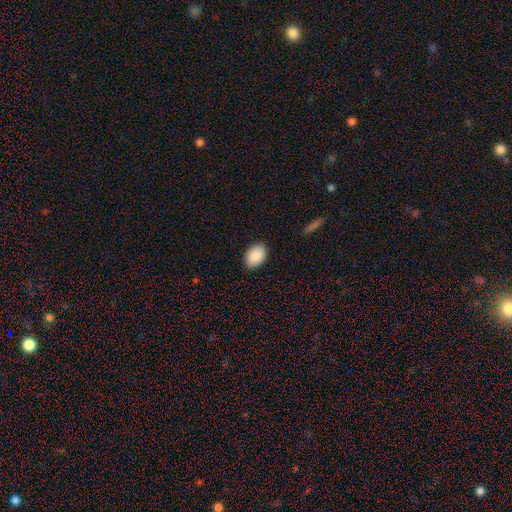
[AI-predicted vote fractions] Smooth or featured: smooth — 90% (star or artifact — 7%)
How rounded: in between — 84% (round — 15%)
Merging: none — 89% (minor disturbance — 9%)